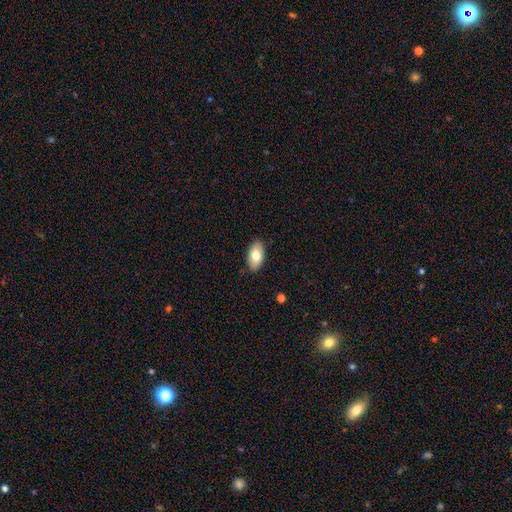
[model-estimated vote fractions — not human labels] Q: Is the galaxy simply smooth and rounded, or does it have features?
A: smooth — 79%.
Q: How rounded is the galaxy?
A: in between — 94%.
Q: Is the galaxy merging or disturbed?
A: none — 87%.